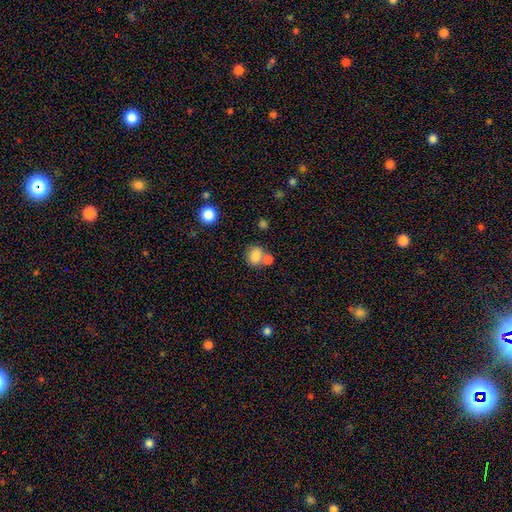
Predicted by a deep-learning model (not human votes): This is clearly a smooth galaxy (82%). How rounded: possibly round (59%). Merging: possibly none (49%).